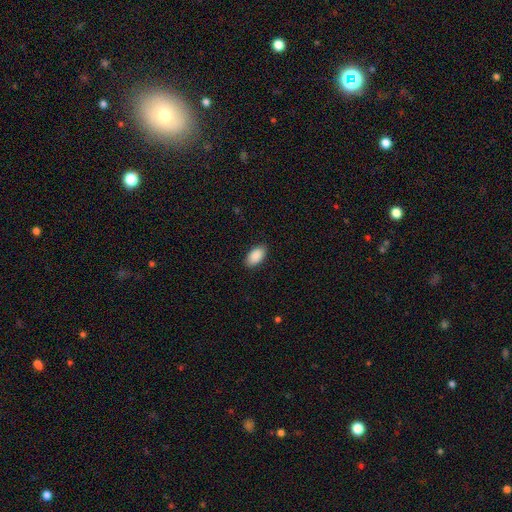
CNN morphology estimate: Smooth or featured: smooth — 91% (star or artifact — 6%)
How rounded: in between — 95% (round — 3%)
Merging: none — 87% (minor disturbance — 9%)